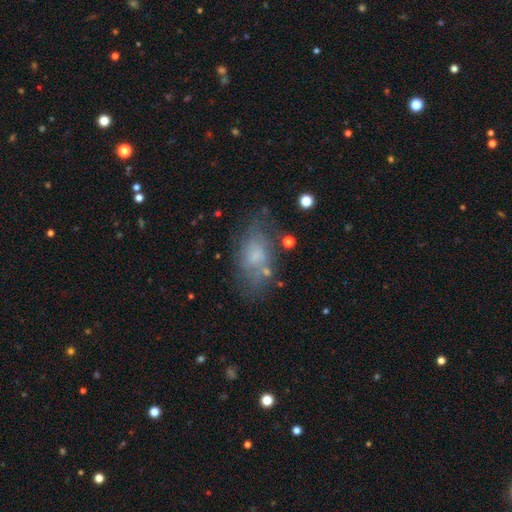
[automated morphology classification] Smooth or featured? smooth (49%)
Merging? none (63%)